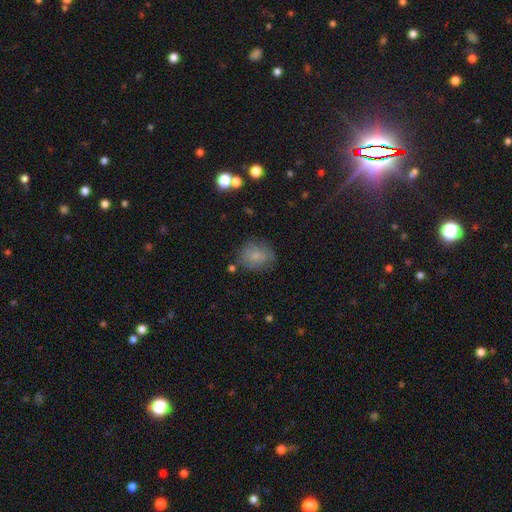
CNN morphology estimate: This is likely a smooth galaxy (72%). How rounded: likely round (66%). Merging: likely none (66%).